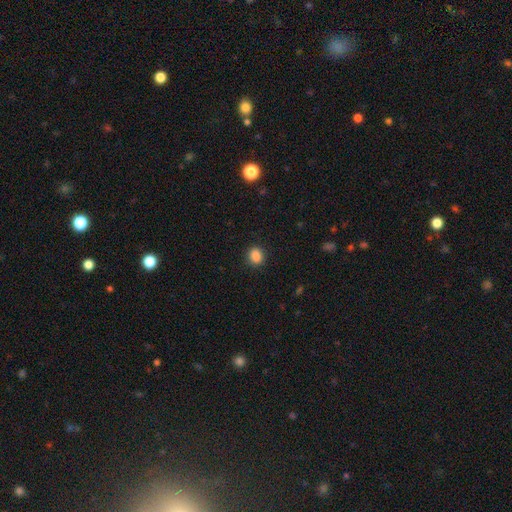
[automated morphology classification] The model was most divided on "how rounded": round: 70%, in between: 29%, cigar-shaped: 1%. More confident: merging — none (90%); smooth or featured — smooth (87%).